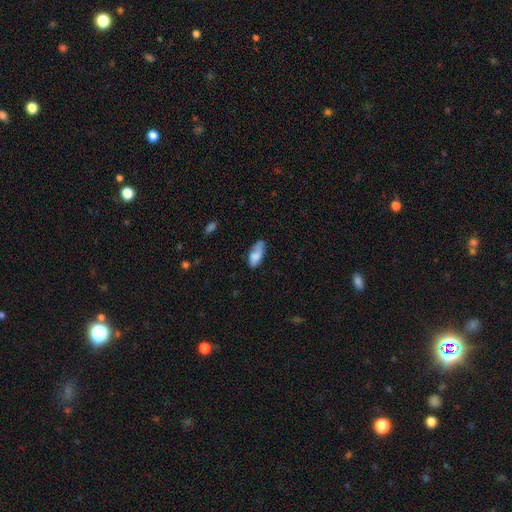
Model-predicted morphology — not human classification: smooth_or_featured: smooth (p=0.79) [alt: featured or disk p=0.14]
how_rounded: in between (p=0.82) [alt: cigar-shaped p=0.16]
merging: none (p=0.55) [alt: minor disturbance p=0.32]